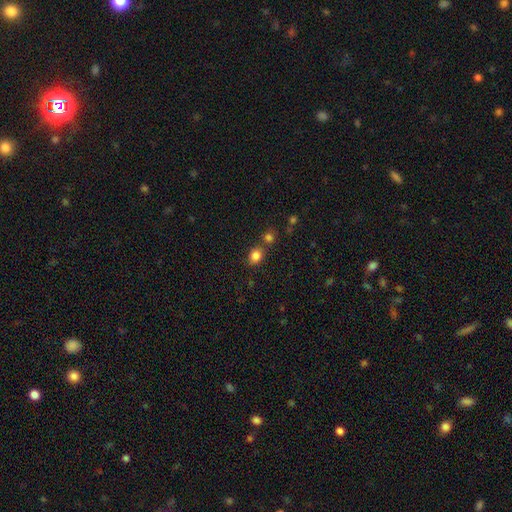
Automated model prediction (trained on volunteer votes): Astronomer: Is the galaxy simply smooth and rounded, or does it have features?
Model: smooth — 83%.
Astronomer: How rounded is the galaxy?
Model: in between — 50% (runner-up: round, 49%).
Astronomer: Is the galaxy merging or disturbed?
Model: none — 65%.